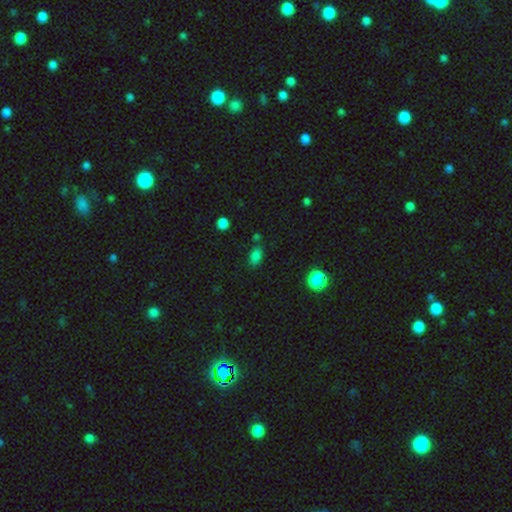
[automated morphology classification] Q: Smooth or featured?
A: smooth (78%); runner-up: star or artifact (17%)
Q: How rounded?
A: in between (83%); runner-up: round (15%)
Q: Merging?
A: none (74%); runner-up: minor disturbance (15%)